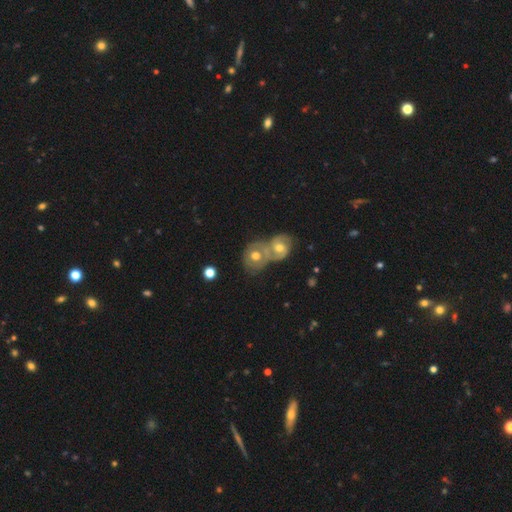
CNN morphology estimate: Smooth or featured: smooth — 48% (featured or disk — 29%)
Merging: merger — 60% (none — 28%)